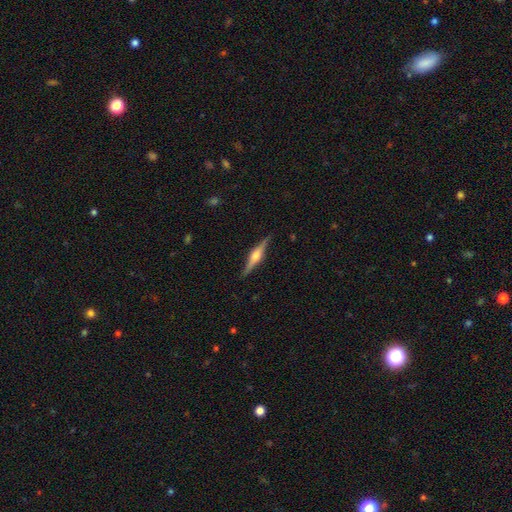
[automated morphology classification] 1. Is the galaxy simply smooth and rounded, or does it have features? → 77% featured or disk, 17% smooth, 6% star or artifact.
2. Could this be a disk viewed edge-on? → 98% yes, 2% no.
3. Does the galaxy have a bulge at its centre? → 87% rounded, 10% boxy, 3% none.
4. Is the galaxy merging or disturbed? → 88% none, 9% minor disturbance, 2% major disturbance, 1% merger.